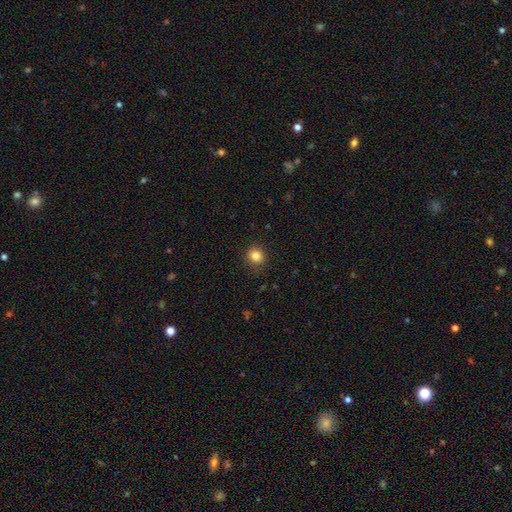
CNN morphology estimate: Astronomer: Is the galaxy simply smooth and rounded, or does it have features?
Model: smooth — 83%.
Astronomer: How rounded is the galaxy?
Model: round — 85%.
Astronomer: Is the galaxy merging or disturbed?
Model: none — 89%.